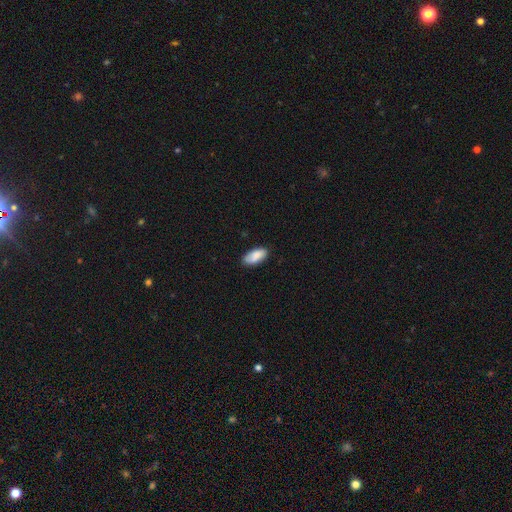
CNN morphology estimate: Smooth or featured: smooth — 85% (featured or disk — 9%)
How rounded: in between — 89% (cigar-shaped — 8%)
Merging: none — 79% (minor disturbance — 17%)